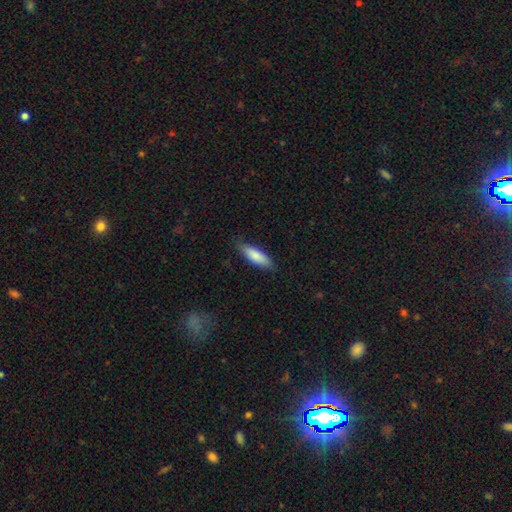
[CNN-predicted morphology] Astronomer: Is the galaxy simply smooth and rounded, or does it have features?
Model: smooth — 84%.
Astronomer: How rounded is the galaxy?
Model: in between — 53% (runner-up: cigar-shaped, 45%).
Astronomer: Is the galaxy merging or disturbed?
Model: none — 81%.